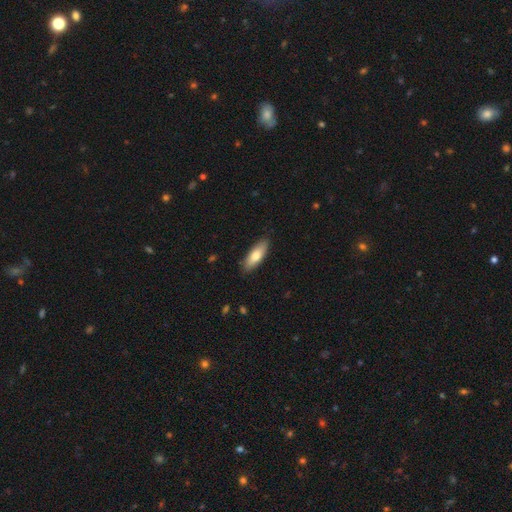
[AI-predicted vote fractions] A smooth galaxy with no disk features (75%) that is in between round and cigar-shaped (62%). Merging: none (87%).